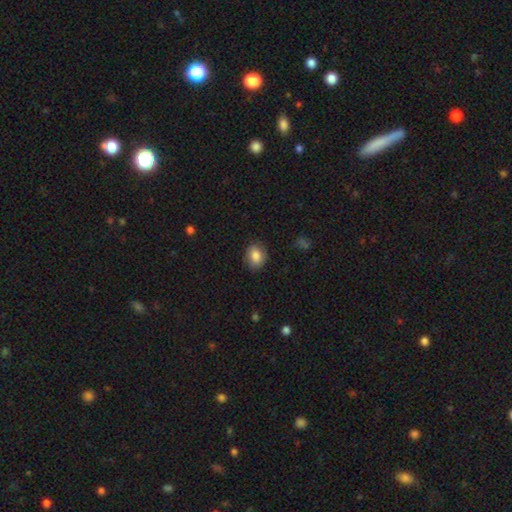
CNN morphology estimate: type=smooth (85%); roundness=in between (61%); merging=none (85%).